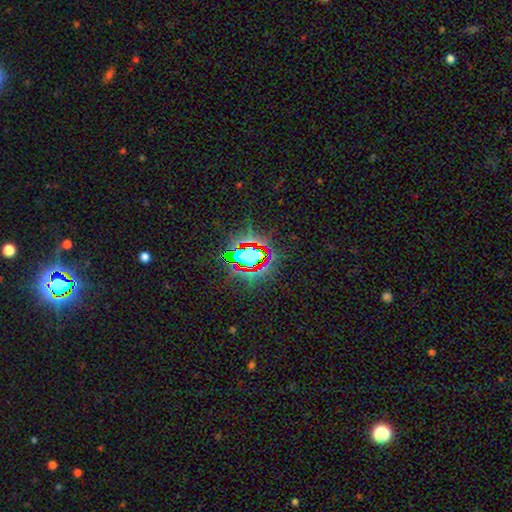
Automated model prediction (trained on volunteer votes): Smooth or featured?
  - star or artifact: 73% *
  - smooth: 16%
  - featured or disk: 11%